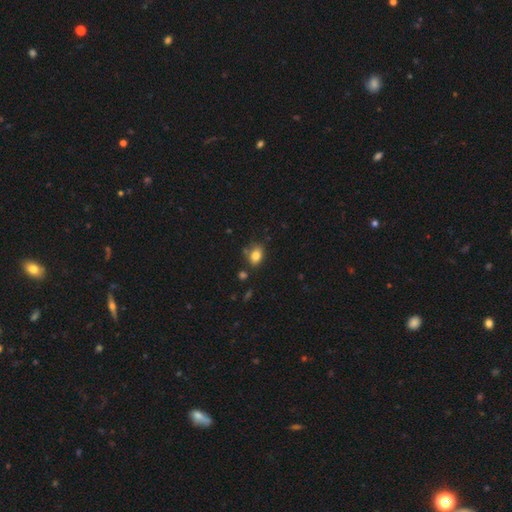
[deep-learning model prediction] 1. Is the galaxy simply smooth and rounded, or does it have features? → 82% smooth, 10% star or artifact, 8% featured or disk.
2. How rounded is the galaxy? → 73% in between, 26% round, 1% cigar-shaped.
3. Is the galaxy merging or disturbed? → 71% none, 19% minor disturbance, 6% merger, 4% major disturbance.